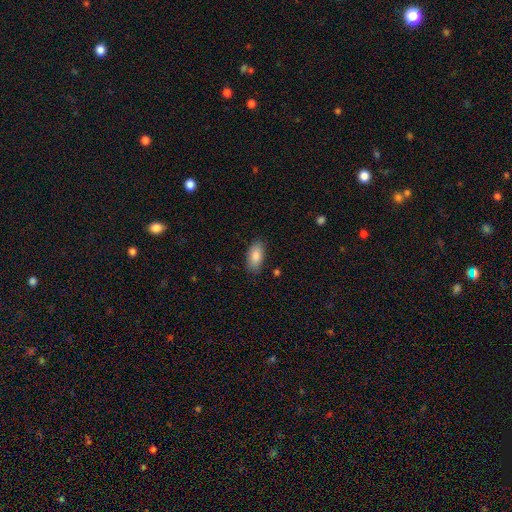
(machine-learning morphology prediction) Smooth or featured? Predicted: smooth (p=0.85). How rounded? Predicted: in between (p=0.91). Merging? Predicted: none (p=0.85).